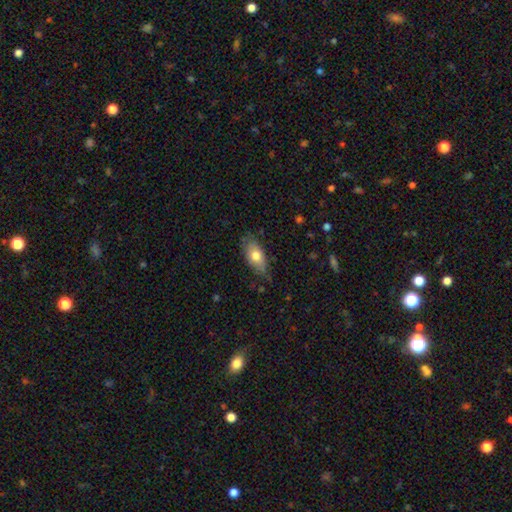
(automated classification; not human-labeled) smooth_or_featured: smooth (p=0.71) [alt: featured or disk p=0.23]
how_rounded: in between (p=0.87) [alt: cigar-shaped p=0.08]
merging: none (p=0.68) [alt: minor disturbance p=0.26]